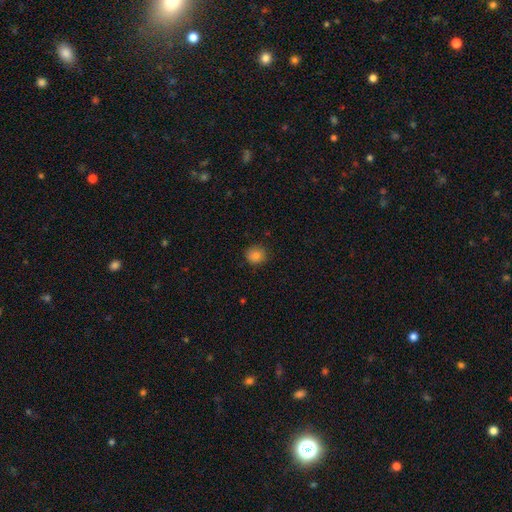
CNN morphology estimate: Q: Smooth or featured?
A: smooth (82%); runner-up: star or artifact (12%)
Q: How rounded?
A: round (89%); runner-up: in between (10%)
Q: Merging?
A: none (87%); runner-up: minor disturbance (10%)